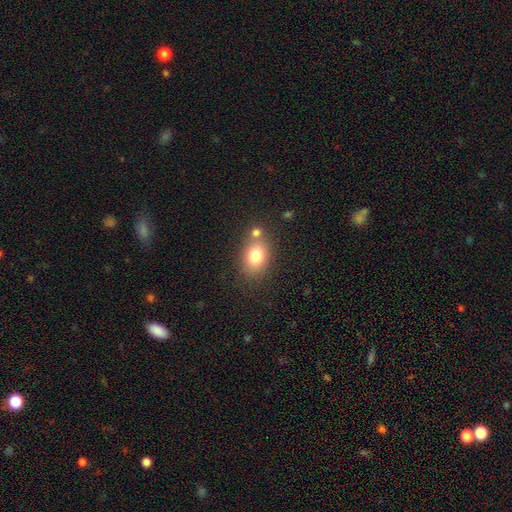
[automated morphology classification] type=smooth (78%); roundness=in between (69%); merging=none (62%).